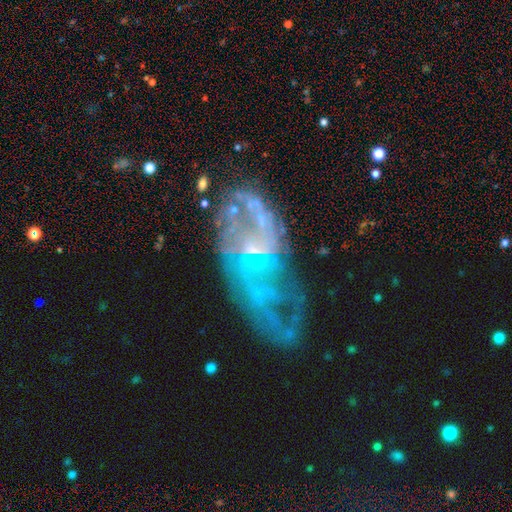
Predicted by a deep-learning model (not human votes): Morphology: type=featured or disk (75%); edge-on=no (94%); bar=no (49%); spiral arms=yes (71%); bulge=small (63%); merging=none (50%).